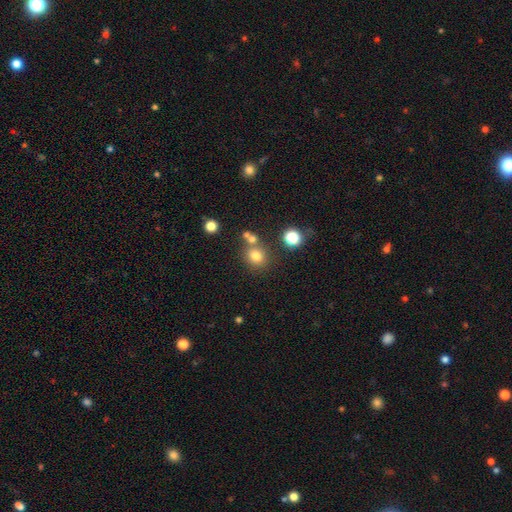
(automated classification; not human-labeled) Morphology: type=smooth (76%); roundness=round (82%); merging=none (68%).